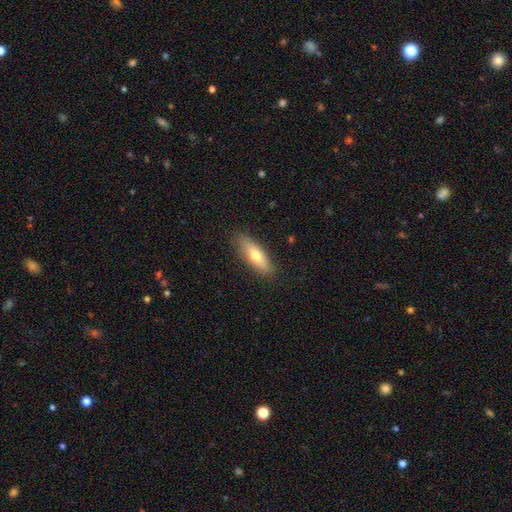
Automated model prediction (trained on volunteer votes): Smooth or featured: smooth — 67% (featured or disk — 27%)
How rounded: in between — 53% (cigar-shaped — 45%)
Merging: none — 86% (minor disturbance — 10%)